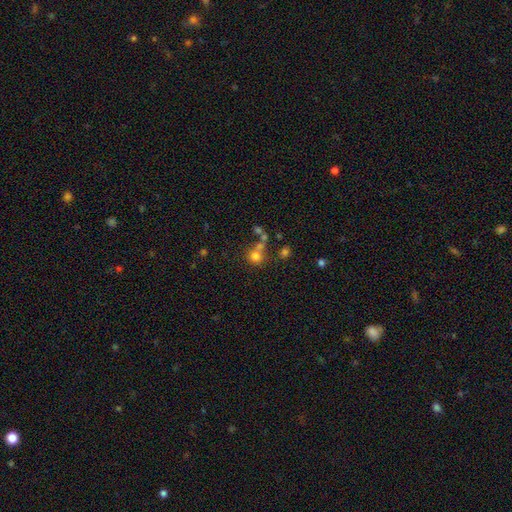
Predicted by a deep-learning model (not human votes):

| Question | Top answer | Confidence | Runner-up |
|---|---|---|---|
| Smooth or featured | smooth | 72% | star or artifact (16%) |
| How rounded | round | 86% | in between (13%) |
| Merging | none | 51% | merger (31%) |